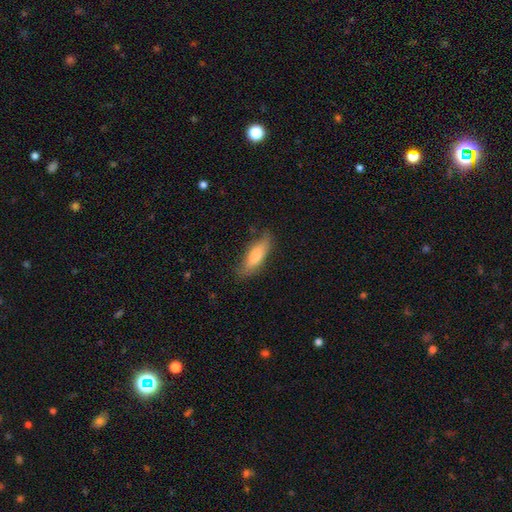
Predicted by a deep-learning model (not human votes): Smooth or featured? smooth (79%)
How rounded? in between (63%)
Merging? none (70%)